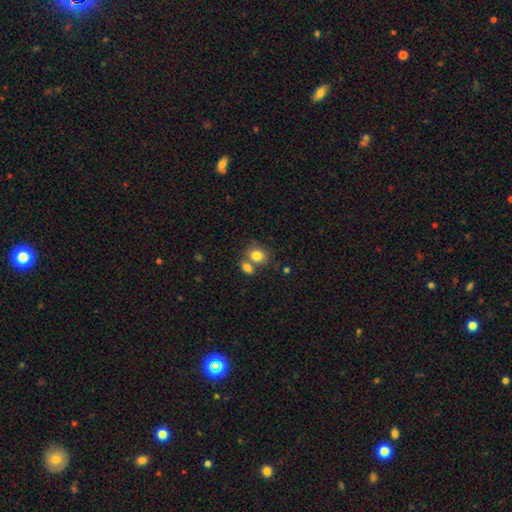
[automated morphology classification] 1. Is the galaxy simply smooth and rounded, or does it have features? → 82% smooth, 9% star or artifact, 9% featured or disk.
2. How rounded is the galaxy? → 56% round, 43% in between, 1% cigar-shaped.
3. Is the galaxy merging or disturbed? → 47% none, 40% merger, 10% minor disturbance, 3% major disturbance.